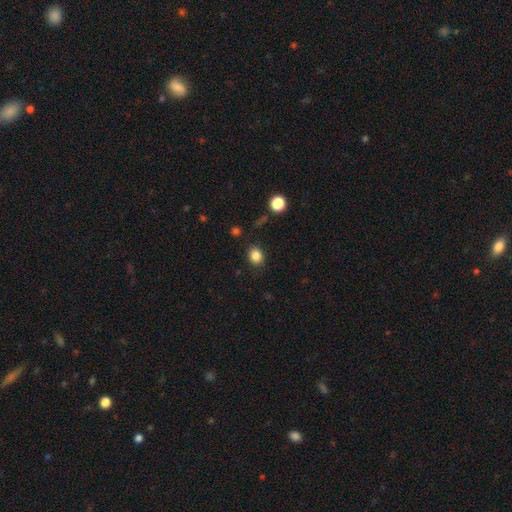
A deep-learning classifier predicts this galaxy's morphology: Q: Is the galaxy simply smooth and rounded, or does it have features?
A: smooth — 85%.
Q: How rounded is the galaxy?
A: round — 56%.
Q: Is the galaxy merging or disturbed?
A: none — 85%.